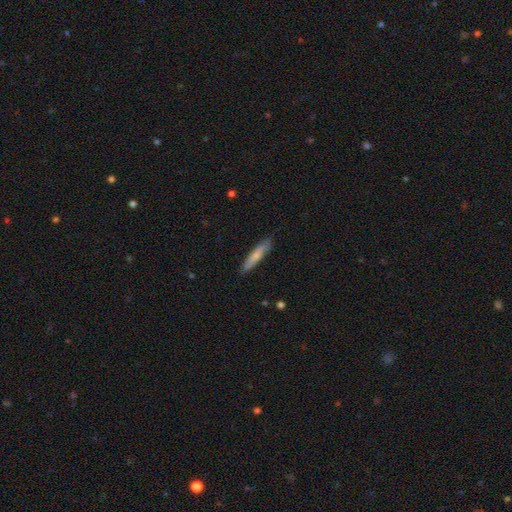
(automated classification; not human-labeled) Smooth or featured?
  - smooth: 70% *
  - featured or disk: 25%
  - star or artifact: 5%
How rounded?
  - cigar-shaped: 87% *
  - in between: 11%
  - round: 1%
Merging?
  - none: 84% *
  - minor disturbance: 13%
  - major disturbance: 2%
  - merger: 1%